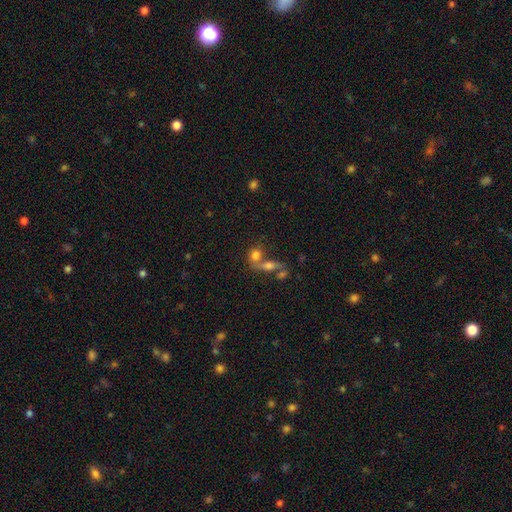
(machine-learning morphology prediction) Smooth or featured? Predicted: smooth (p=0.71). How rounded? Predicted: in between (p=0.52). Merging? Predicted: merger (p=0.50).